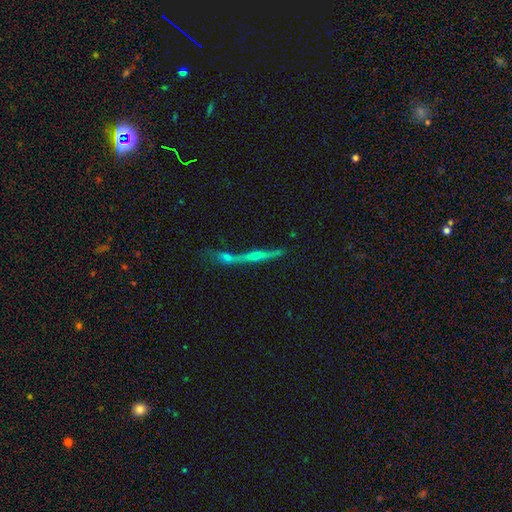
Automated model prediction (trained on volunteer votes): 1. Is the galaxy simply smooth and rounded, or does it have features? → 75% featured or disk, 14% smooth, 11% star or artifact.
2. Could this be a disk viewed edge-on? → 93% yes, 7% no.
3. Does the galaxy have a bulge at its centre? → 84% rounded, 11% none, 5% boxy.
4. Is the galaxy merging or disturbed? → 56% none, 26% merger, 12% minor disturbance, 6% major disturbance.